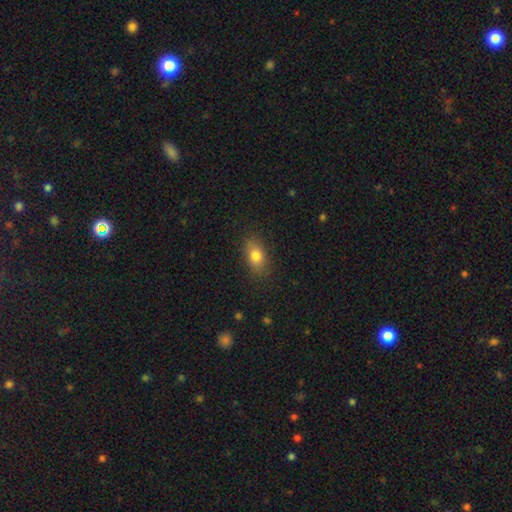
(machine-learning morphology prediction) A smooth galaxy with no disk features (80%) that is in between round and cigar-shaped (80%). Merging: none (83%).